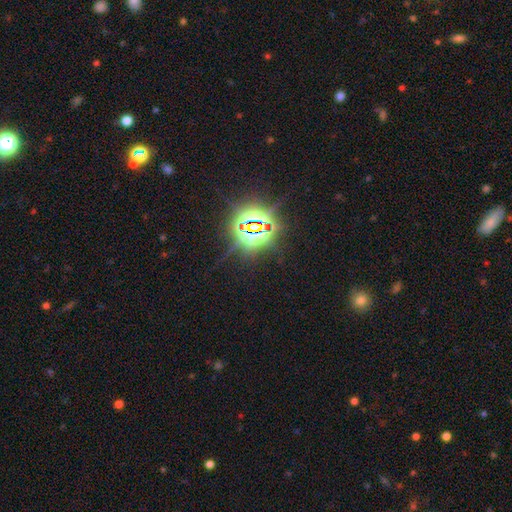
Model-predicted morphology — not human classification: Smooth or featured?
  - star or artifact: 84% *
  - smooth: 10%
  - featured or disk: 6%